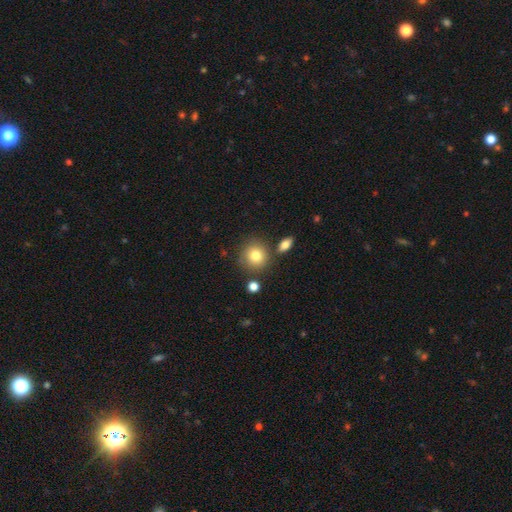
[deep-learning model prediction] The model was most divided on "merging": none: 79%, minor disturbance: 10%, merger: 8%, major disturbance: 3%. More confident: how rounded — round (87%); smooth or featured — smooth (82%).